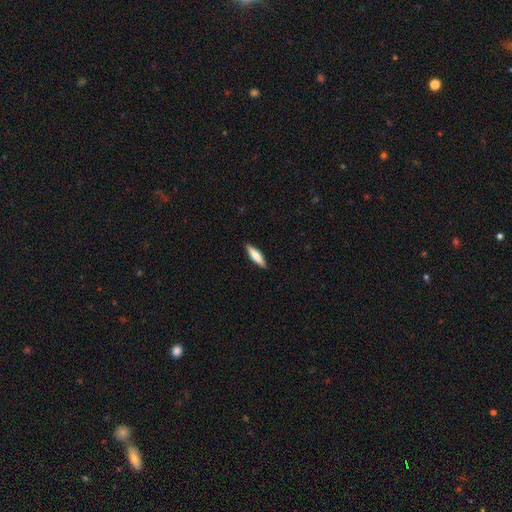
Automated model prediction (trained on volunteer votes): Smooth or featured? Predicted: smooth (p=0.68). How rounded? Predicted: cigar-shaped (p=0.71). Merging? Predicted: none (p=0.90).